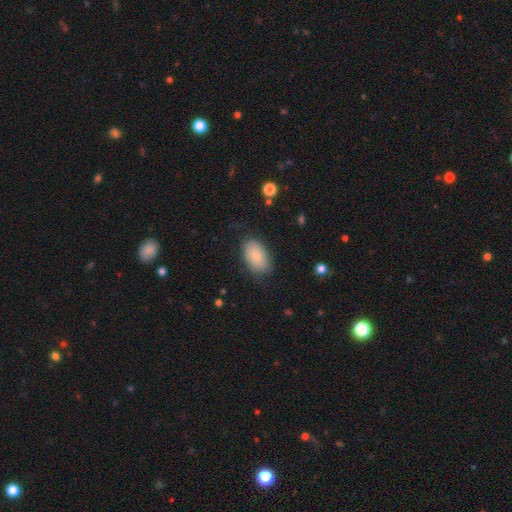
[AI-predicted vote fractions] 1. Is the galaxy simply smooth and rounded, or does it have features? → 82% smooth, 11% featured or disk, 7% star or artifact.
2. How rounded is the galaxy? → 92% in between, 6% round, 1% cigar-shaped.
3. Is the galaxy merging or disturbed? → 78% none, 16% minor disturbance, 4% major disturbance, 1% merger.